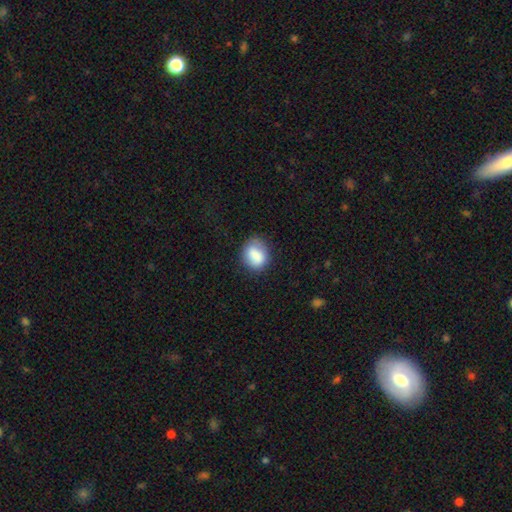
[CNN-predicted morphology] Overall: smooth (81%). How rounded: in between (51%; round 48%). Merging: none (71%).